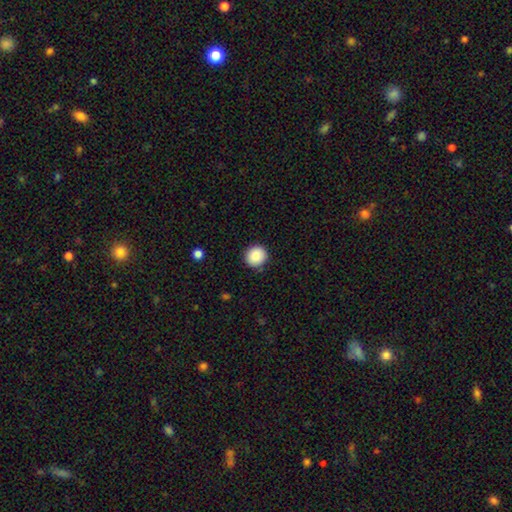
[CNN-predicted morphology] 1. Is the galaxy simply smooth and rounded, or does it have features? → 86% smooth, 8% star or artifact, 6% featured or disk.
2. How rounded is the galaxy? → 91% round, 8% in between, 1% cigar-shaped.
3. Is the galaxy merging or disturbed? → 90% none, 7% minor disturbance, 2% major disturbance, 1% merger.